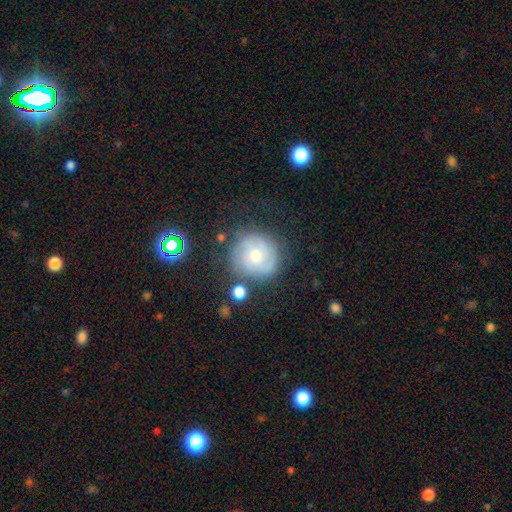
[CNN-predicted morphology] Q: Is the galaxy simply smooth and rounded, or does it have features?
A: featured or disk — 56%.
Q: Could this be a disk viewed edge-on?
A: no — 97%.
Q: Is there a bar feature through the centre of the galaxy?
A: no — 73%.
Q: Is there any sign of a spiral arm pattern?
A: yes — 81%.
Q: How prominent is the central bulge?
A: moderate — 57%.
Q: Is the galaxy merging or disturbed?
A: none — 73%.